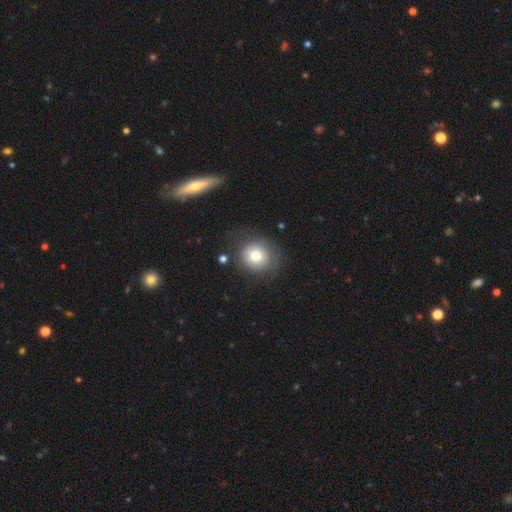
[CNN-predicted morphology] smooth-or-featured: smooth: 73% | featured or disk: 19% | star or artifact: 9%
  how-rounded: round: 87% | in between: 12% | cigar-shaped: 1%
  merging: none: 70% | minor disturbance: 17% | major disturbance: 10% | merger: 3%